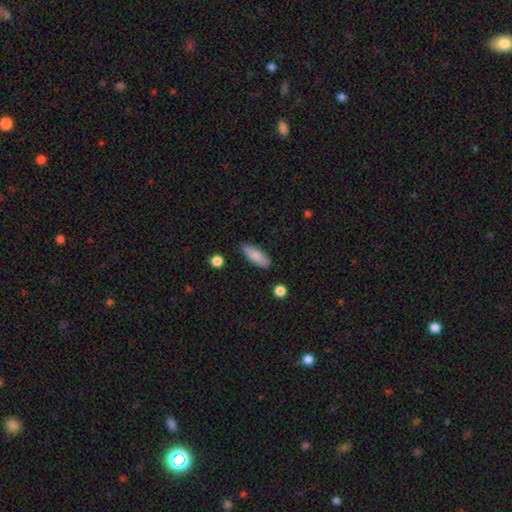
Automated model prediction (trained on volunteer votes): Overall: smooth (85%). How rounded: in between (69%; cigar-shaped 29%). Merging: none (85%).